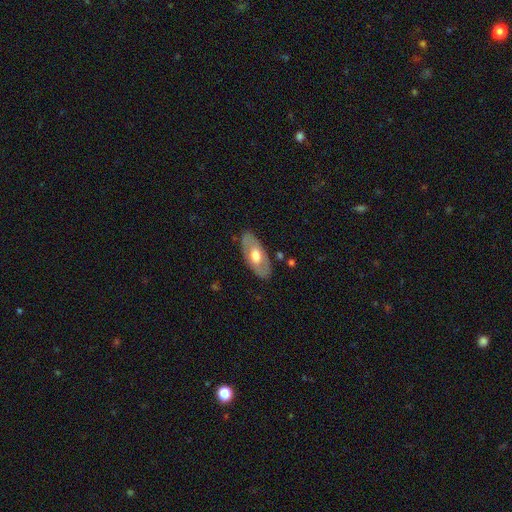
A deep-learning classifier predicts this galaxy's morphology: A smooth galaxy with no disk features (49%). Merging: none (83%).